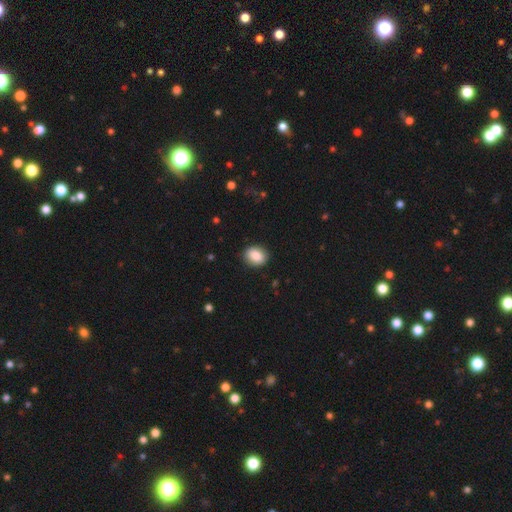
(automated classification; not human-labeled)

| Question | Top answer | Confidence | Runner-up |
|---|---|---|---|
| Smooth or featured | smooth | 87% | star or artifact (8%) |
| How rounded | in between | 52% | round (47%) |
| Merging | none | 88% | minor disturbance (9%) |